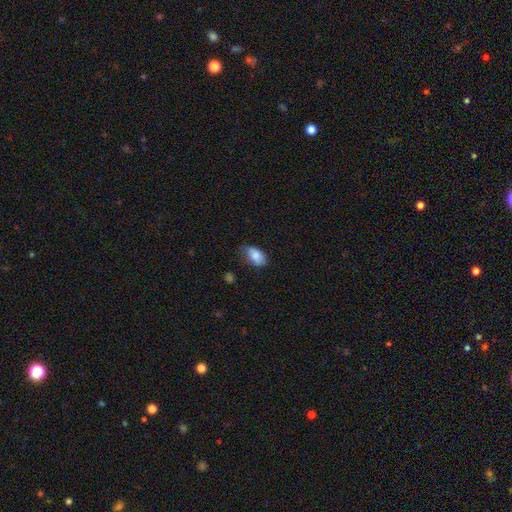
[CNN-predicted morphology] The model was most divided on "merging": none: 58%, minor disturbance: 33%, major disturbance: 8%, merger: 2%. More confident: how rounded — in between (92%); smooth or featured — smooth (82%).